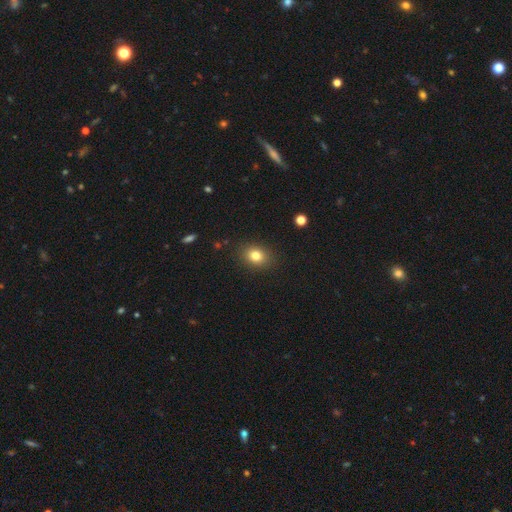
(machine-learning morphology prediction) smooth 81%, star or artifact 11%, featured or disk 8%. Down the decision tree: how rounded — in between (53%); merging — none (87%).